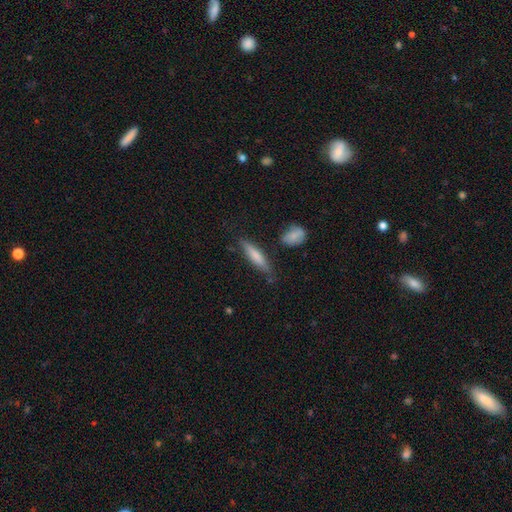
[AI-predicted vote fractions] smooth-or-featured: smooth: 68% | featured or disk: 25% | star or artifact: 6%
  how-rounded: cigar-shaped: 77% | in between: 21% | round: 2%
  merging: none: 74% | minor disturbance: 17% | merger: 5% | major disturbance: 4%